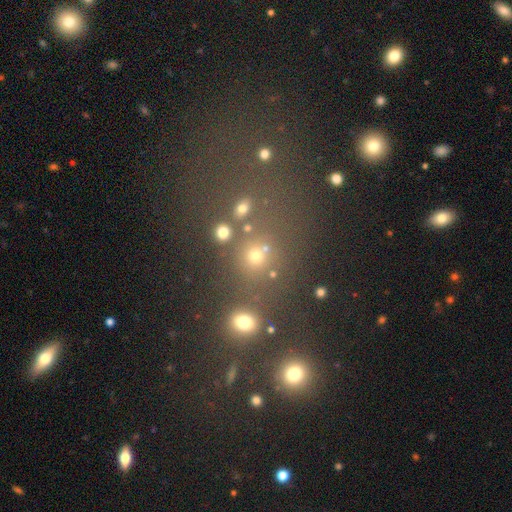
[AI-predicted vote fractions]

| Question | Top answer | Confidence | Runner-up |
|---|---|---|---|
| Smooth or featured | smooth | 65% | star or artifact (26%) |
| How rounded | round | 82% | in between (16%) |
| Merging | none | 65% | merger (19%) |